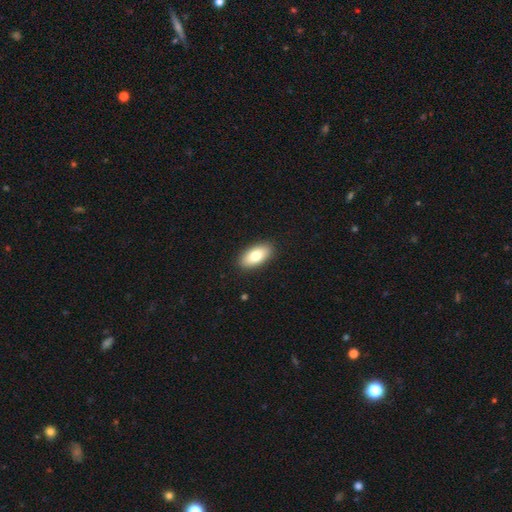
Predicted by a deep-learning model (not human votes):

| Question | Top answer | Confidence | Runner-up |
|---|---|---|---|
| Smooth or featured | smooth | 78% | featured or disk (16%) |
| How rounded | in between | 92% | cigar-shaped (5%) |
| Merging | none | 90% | minor disturbance (8%) |